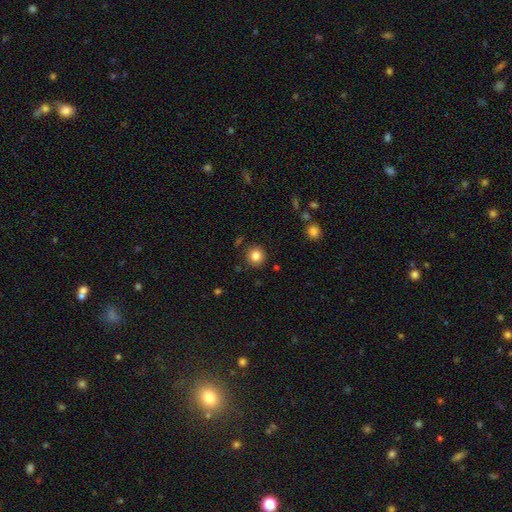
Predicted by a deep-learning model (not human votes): Smooth or featured? Predicted: smooth (p=0.84). How rounded? Predicted: round (p=0.93). Merging? Predicted: none (p=0.89).